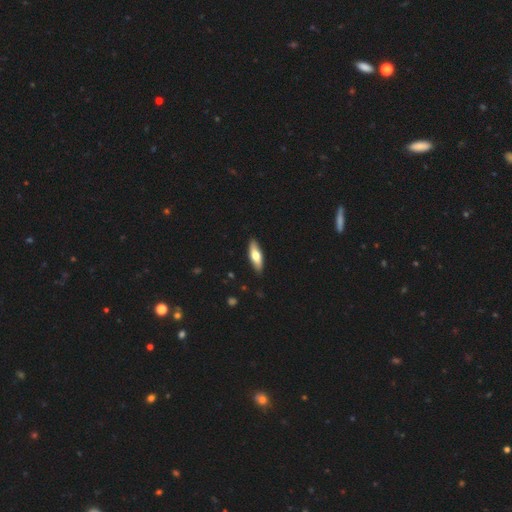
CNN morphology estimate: Overall: smooth (63%; featured or disk 32%). How rounded: in between (53%; cigar-shaped 45%). Merging: none (89%).